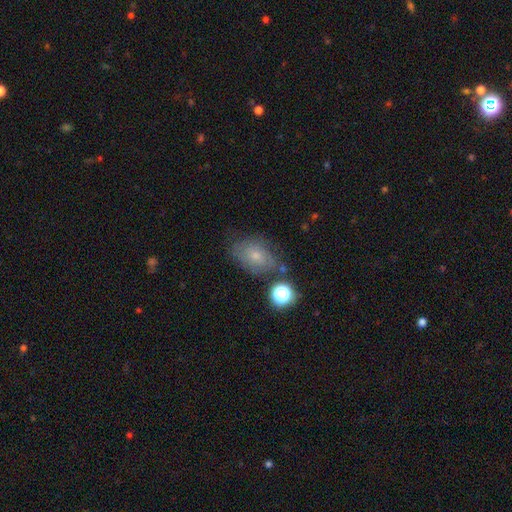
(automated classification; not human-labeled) This appears to be a smooth galaxy with no disk features (55%) that is in between round and cigar-shaped (75%). Merging: none (60%).